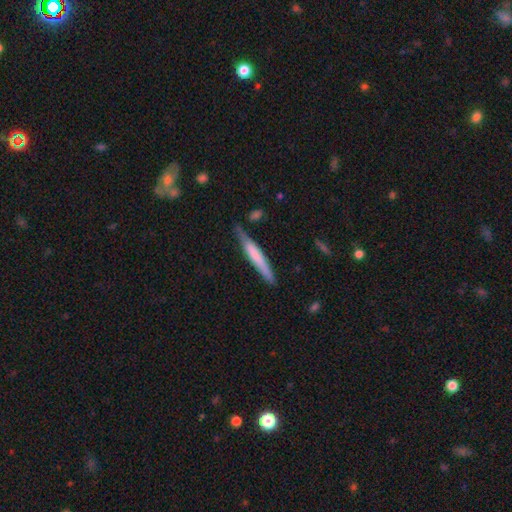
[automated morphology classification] Smooth or featured? smooth (61%)
How rounded? cigar-shaped (95%)
Merging? none (76%)